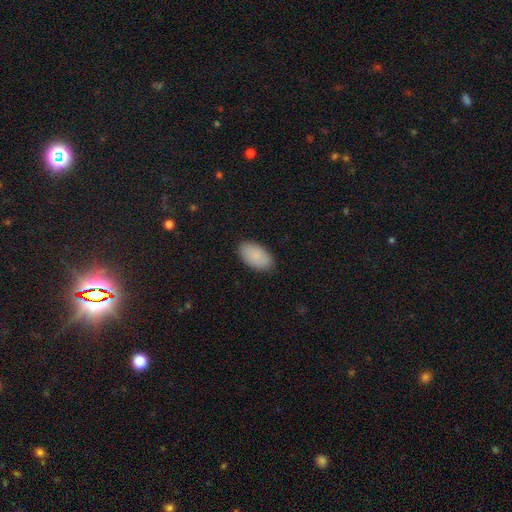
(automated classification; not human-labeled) This appears to be a smooth galaxy with no disk features (89%) that is in between round and cigar-shaped (95%). Merging: none (87%).